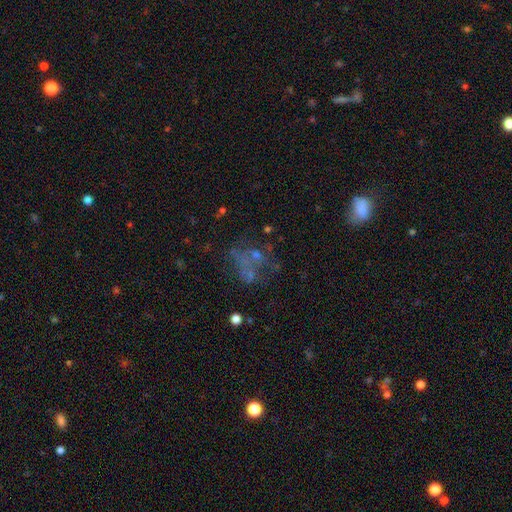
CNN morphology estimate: This appears to be a featured or disk galaxy (42%). Merging: none (41%).